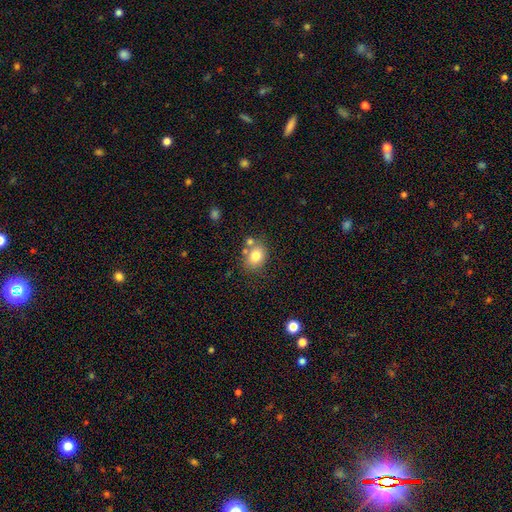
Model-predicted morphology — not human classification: Smooth or featured?
  - smooth: 79% *
  - featured or disk: 11%
  - star or artifact: 10%
How rounded?
  - in between: 53% *
  - round: 46%
  - cigar-shaped: 1%
Merging?
  - none: 63% *
  - merger: 18%
  - minor disturbance: 15%
  - major disturbance: 5%